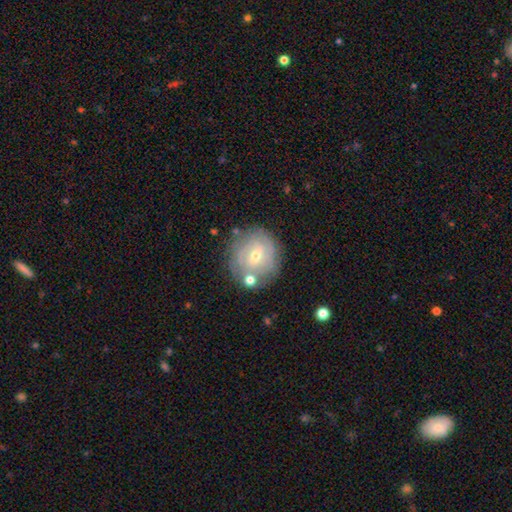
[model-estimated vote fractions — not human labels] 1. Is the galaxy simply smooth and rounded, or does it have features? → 72% featured or disk, 21% smooth, 7% star or artifact.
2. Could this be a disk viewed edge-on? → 97% no, 3% yes.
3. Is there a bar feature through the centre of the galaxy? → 49% weak, 40% no, 11% strong.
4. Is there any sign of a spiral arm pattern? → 85% yes, 15% no.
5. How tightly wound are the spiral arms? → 71% tight, 22% medium, 7% loose.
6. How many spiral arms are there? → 42% can't tell, 29% 2, 14% 3, 7% 4, 4% 1, 4% more than 4.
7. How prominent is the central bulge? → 54% small, 43% moderate, 1% large, 1% none, 1% dominant.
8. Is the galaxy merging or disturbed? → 74% none, 14% minor disturbance, 6% merger, 5% major disturbance.